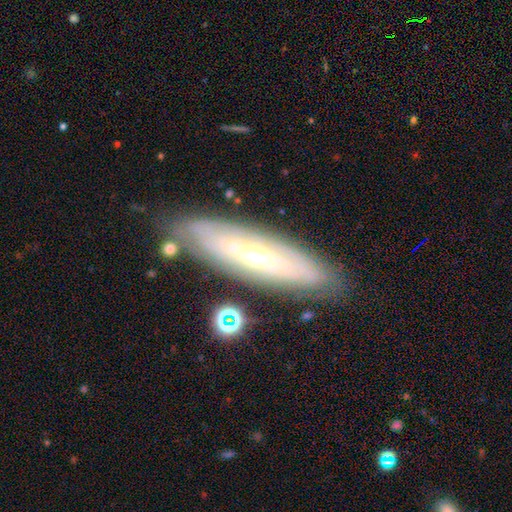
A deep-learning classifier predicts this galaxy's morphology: A featured or disk galaxy (71%).

Vote fractions:
- Smooth or featured? featured or disk: 71% / smooth: 21% / star or artifact: 7%
- Edge-on disk? no: 62% / yes: 38%
- Merging? none: 81% / minor disturbance: 13% / major disturbance: 3% / merger: 3%